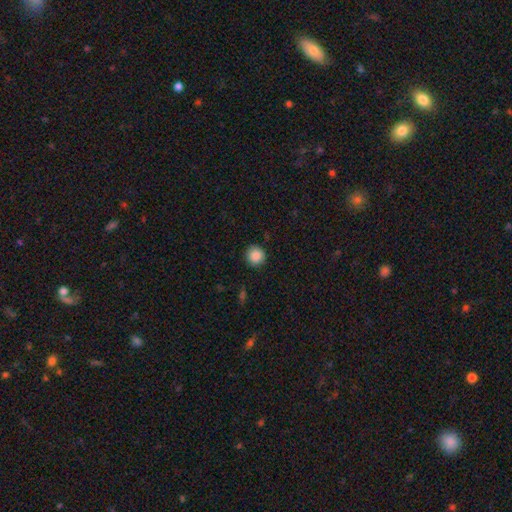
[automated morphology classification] This is clearly a smooth galaxy (87%). How rounded: clearly round (94%). Merging: clearly none (91%).